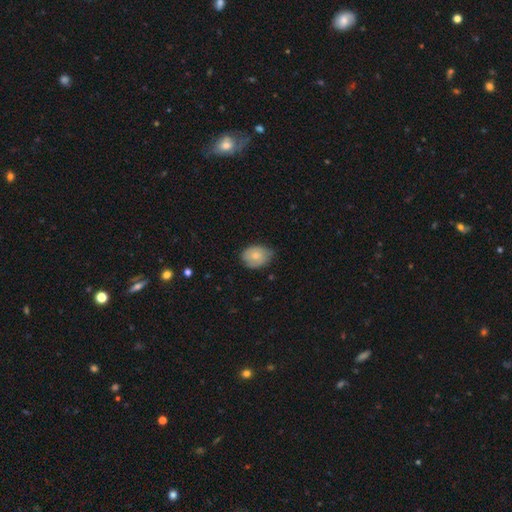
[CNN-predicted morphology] type=smooth (68%); roundness=in between (68%); merging=none (64%).